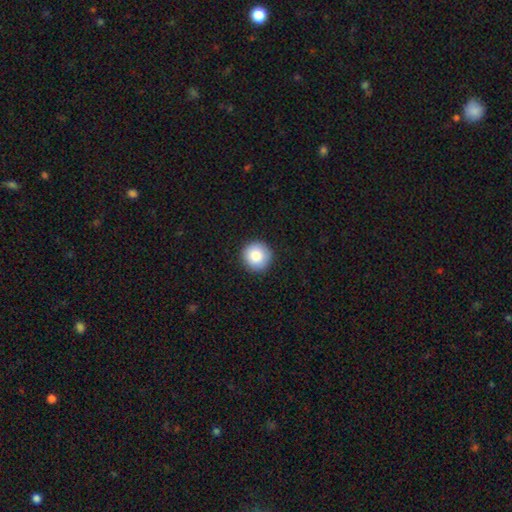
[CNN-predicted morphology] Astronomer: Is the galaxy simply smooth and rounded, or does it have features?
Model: smooth — 85%.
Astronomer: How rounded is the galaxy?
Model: round — 96%.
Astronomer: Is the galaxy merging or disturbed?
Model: none — 92%.